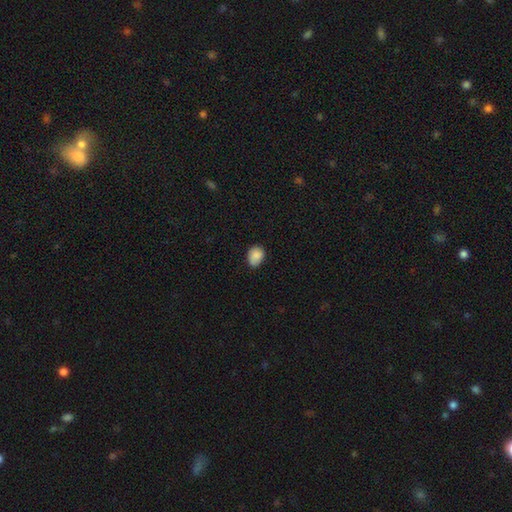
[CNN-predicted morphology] smooth 86%, star or artifact 8%, featured or disk 6%. Down the decision tree: how rounded — in between (61%); merging — none (68%).